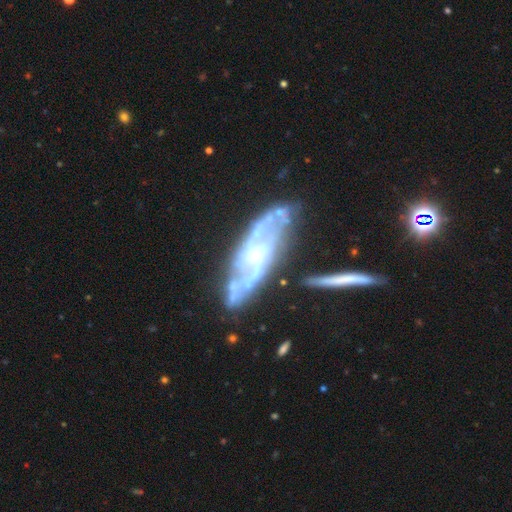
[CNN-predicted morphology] smooth_or_featured: featured or disk (p=0.81) [alt: smooth p=0.12]
disk_edge_on: no (p=0.79) [alt: yes p=0.21]
bar: no (p=0.51) [alt: weak p=0.35]
has_spiral_arms: yes (p=0.82) [alt: no p=0.18]
spiral_winding: medium (p=0.44) [alt: tight p=0.33]
spiral_arm_count: 2 (p=0.43) [alt: can't tell p=0.35]
bulge_size: small (p=0.56) [alt: moderate p=0.24]
merging: none (p=0.63) [alt: minor disturbance p=0.20]